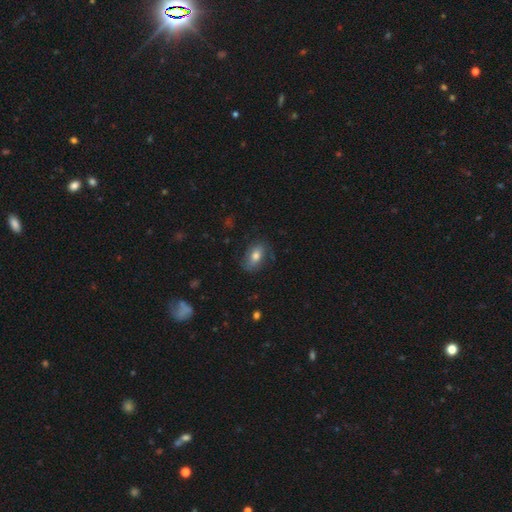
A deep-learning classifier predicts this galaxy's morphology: A smooth galaxy with no disk features (70%) that is in between round and cigar-shaped (86%). Merging: none (74%).